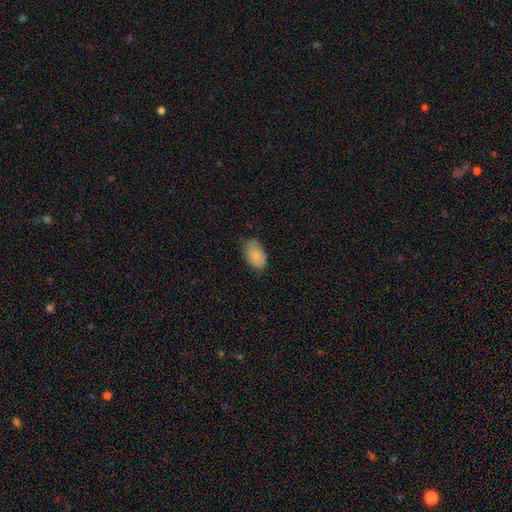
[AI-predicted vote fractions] smooth 85%, featured or disk 8%, star or artifact 7%. Down the decision tree: how rounded — in between (93%); merging — none (67%).